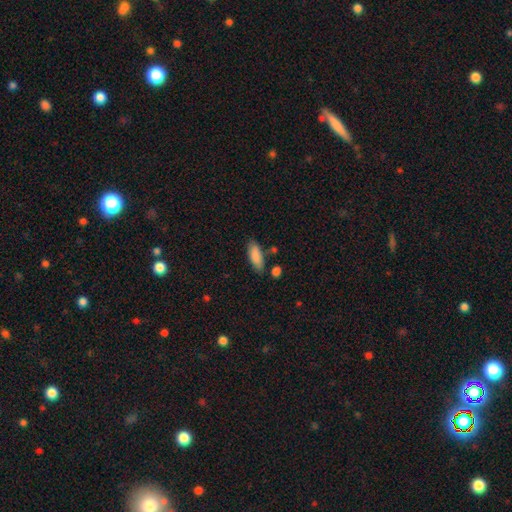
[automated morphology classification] smooth 87%, featured or disk 7%, star or artifact 6%. Down the decision tree: how rounded — in between (69%); merging — none (75%).